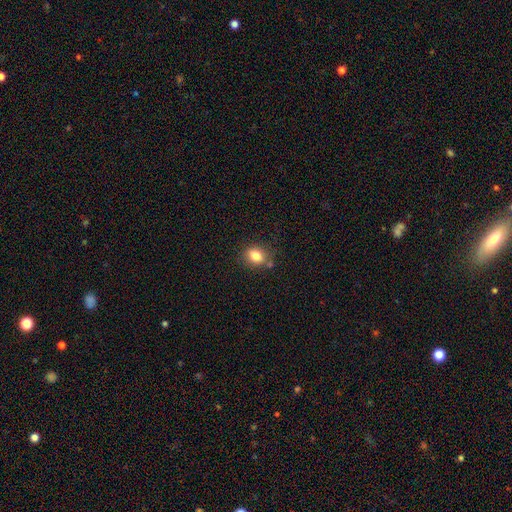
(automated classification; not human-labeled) Smooth or featured: smooth — 81% (star or artifact — 11%)
How rounded: round — 54% (in between — 45%)
Merging: none — 74% (minor disturbance — 14%)